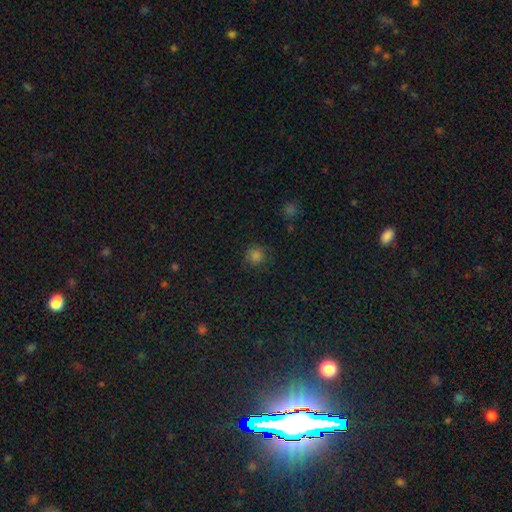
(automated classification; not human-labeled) smooth 76%, star or artifact 19%, featured or disk 5%. Down the decision tree: how rounded — round (92%); merging — none (81%).